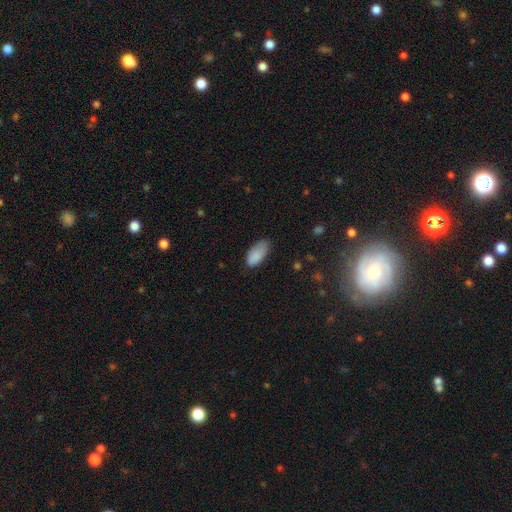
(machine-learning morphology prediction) A smooth galaxy with no disk features (86%) that is in between round and cigar-shaped (93%).

Vote fractions:
- Smooth or featured? smooth: 86% / star or artifact: 7% / featured or disk: 6%
- How rounded? in between: 93% / cigar-shaped: 5% / round: 2%
- Merging? none: 59% / minor disturbance: 32% / major disturbance: 7% / merger: 2%